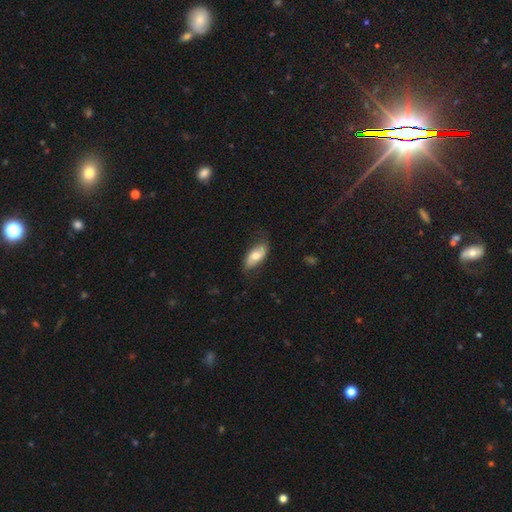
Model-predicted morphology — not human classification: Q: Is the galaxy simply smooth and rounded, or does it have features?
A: smooth — 65%.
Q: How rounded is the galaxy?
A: in between — 87%.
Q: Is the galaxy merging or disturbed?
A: none — 73%.